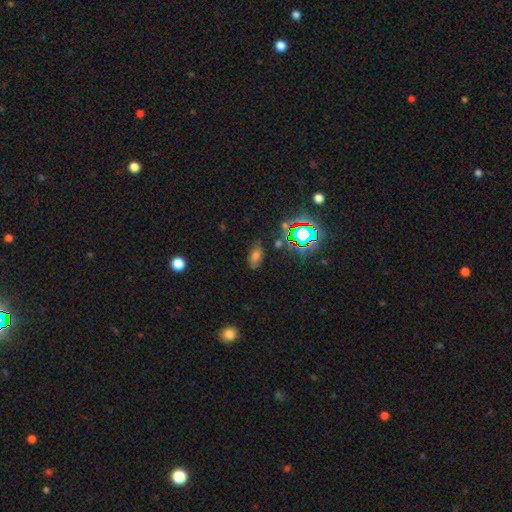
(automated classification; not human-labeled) Smooth or featured? Predicted: smooth (p=0.59). How rounded? Predicted: in between (p=0.87). Merging? Predicted: none (p=0.79).